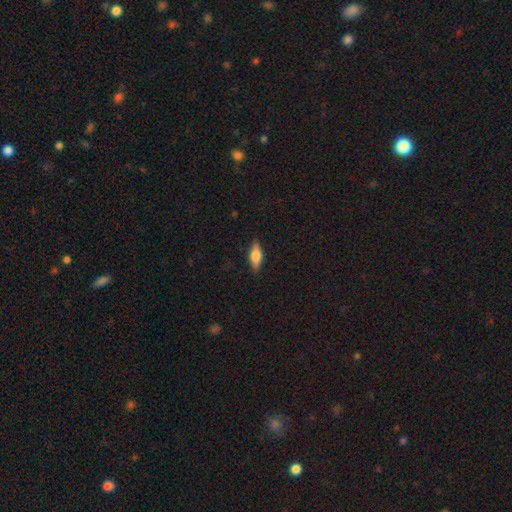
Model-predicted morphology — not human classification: The model was most divided on "smooth or featured": featured or disk: 47%, smooth: 46%, star or artifact: 8%. More confident: merging — none (86%).